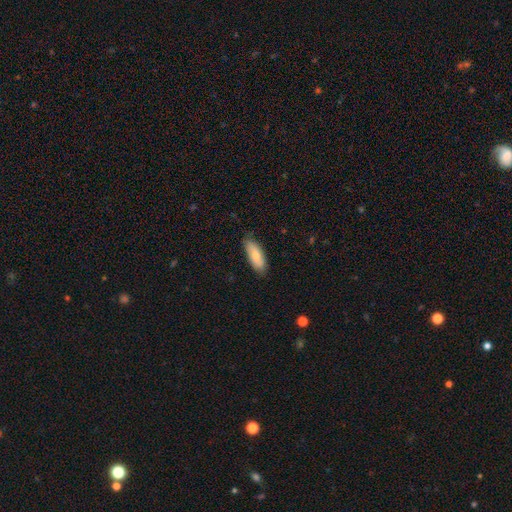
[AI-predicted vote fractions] Smooth or featured: smooth — 75% (featured or disk — 19%)
How rounded: in between — 73% (cigar-shaped — 25%)
Merging: none — 80% (minor disturbance — 17%)